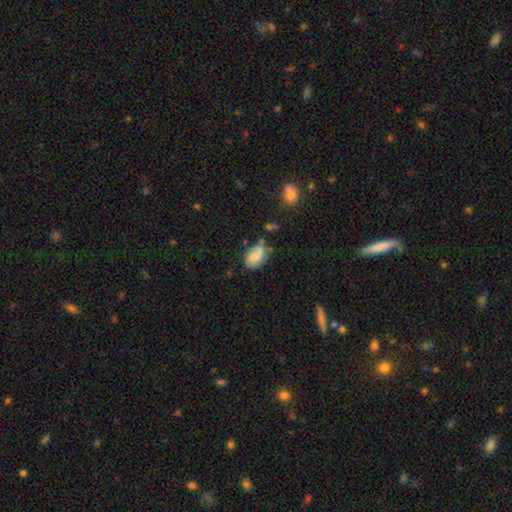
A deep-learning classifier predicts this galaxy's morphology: The model was most divided on "merging": none: 47%, minor disturbance: 29%, merger: 13%, major disturbance: 11%. More confident: how rounded — in between (83%); smooth or featured — smooth (68%).